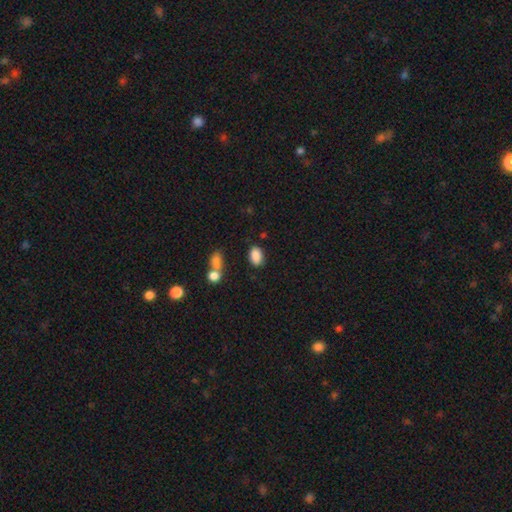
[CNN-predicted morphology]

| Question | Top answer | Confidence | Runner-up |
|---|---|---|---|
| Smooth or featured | smooth | 87% | star or artifact (8%) |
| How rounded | in between | 86% | round (12%) |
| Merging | none | 74% | minor disturbance (14%) |